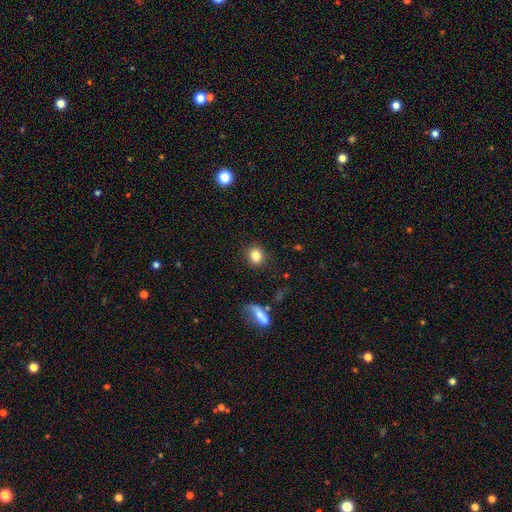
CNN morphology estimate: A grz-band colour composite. It shows a smooth galaxy with no disk features (83%) that is round (71%). Merging: none (88%).